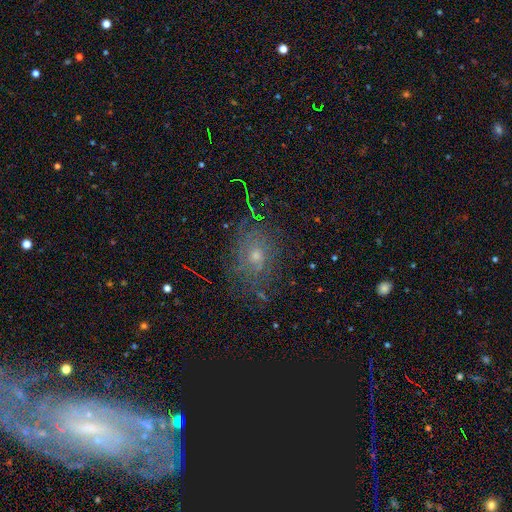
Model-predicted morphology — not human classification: Q: Smooth or featured?
A: featured or disk (49%); runner-up: smooth (29%)
Q: Merging?
A: none (70%); runner-up: minor disturbance (17%)